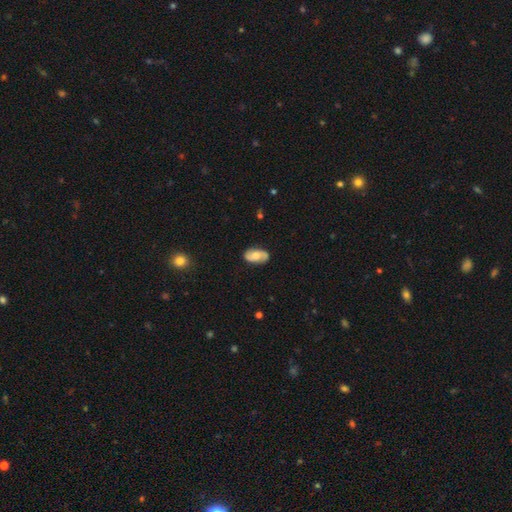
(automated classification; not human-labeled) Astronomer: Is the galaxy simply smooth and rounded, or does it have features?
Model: featured or disk — 51% (runner-up: smooth, 42%).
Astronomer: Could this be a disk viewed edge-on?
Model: no — 94%.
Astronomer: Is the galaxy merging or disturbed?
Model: none — 82%.